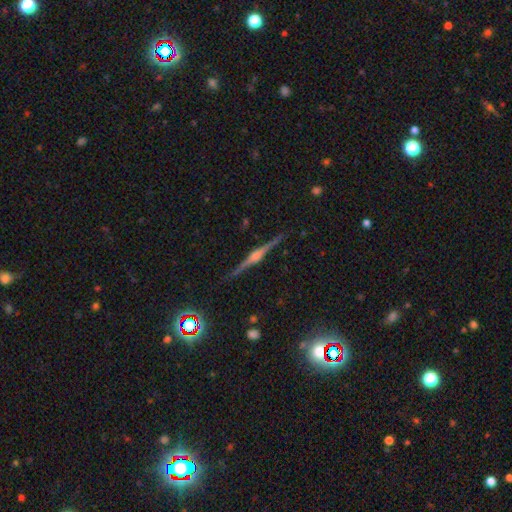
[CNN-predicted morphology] featured or disk 85%, star or artifact 8%, smooth 7%. Down the decision tree: edge-on disk — yes (98%); edge-on bulge — rounded (82%); merging — none (91%).